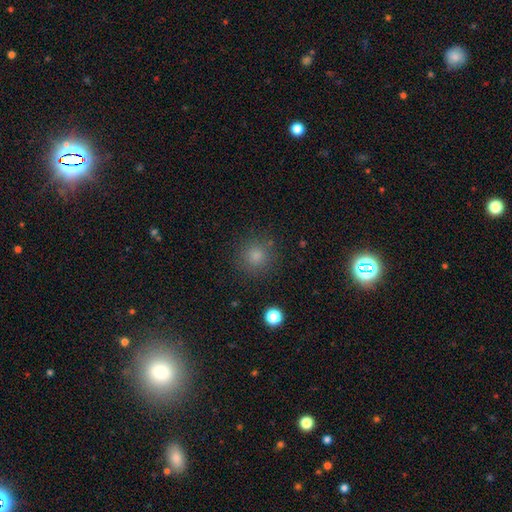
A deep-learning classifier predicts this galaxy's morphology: Smooth or featured?
  - smooth: 73% *
  - star or artifact: 21%
  - featured or disk: 6%
How rounded?
  - round: 94% *
  - in between: 5%
  - cigar-shaped: 1%
Merging?
  - none: 89% *
  - minor disturbance: 7%
  - major disturbance: 3%
  - merger: 2%